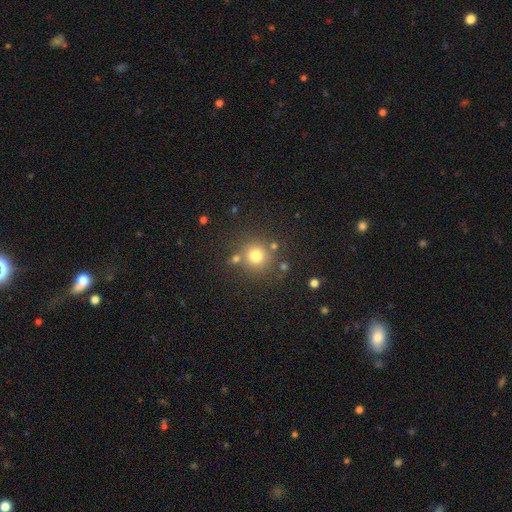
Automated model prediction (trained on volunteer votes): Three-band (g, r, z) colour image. It shows a smooth galaxy with no disk features (76%) that is round (93%). Merging: none (77%).